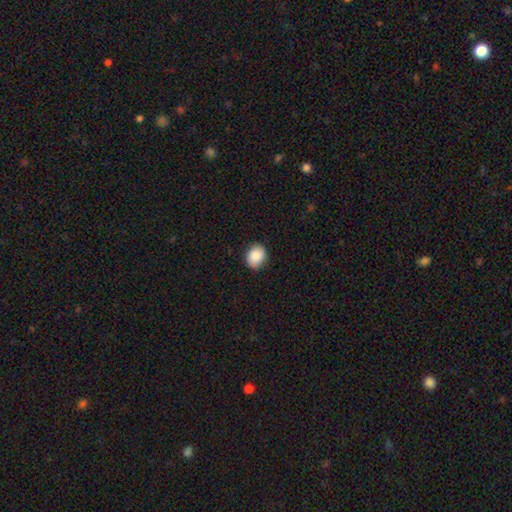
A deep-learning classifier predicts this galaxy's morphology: This is clearly a smooth galaxy (87%). How rounded: possibly round (54%). Merging: clearly none (86%).